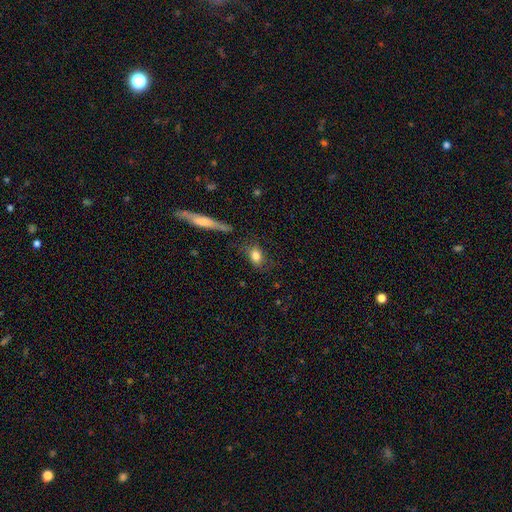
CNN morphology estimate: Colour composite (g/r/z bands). It shows a smooth galaxy with no disk features (79%) that is in between round and cigar-shaped (69%). Merging: none (68%).